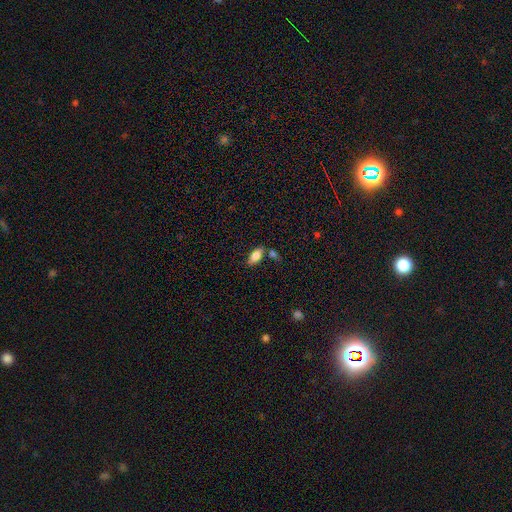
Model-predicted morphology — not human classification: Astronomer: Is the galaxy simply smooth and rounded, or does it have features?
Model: smooth — 79%.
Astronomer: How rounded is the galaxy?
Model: in between — 88%.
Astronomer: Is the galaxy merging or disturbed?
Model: none — 72%.